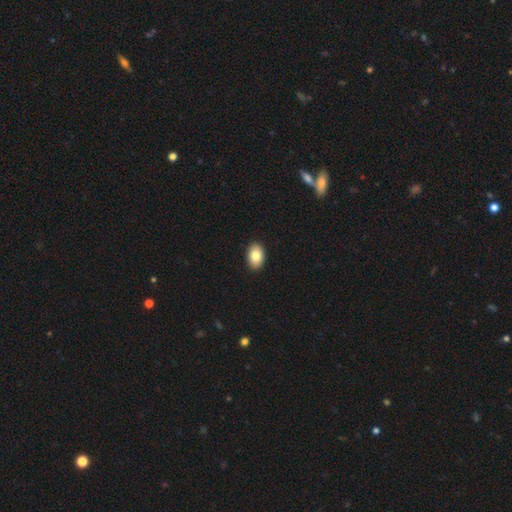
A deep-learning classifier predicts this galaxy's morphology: smooth_or_featured: smooth (p=0.84) [alt: featured or disk p=0.09]
how_rounded: in between (p=0.88) [alt: round p=0.11]
merging: none (p=0.92) [alt: minor disturbance p=0.06]